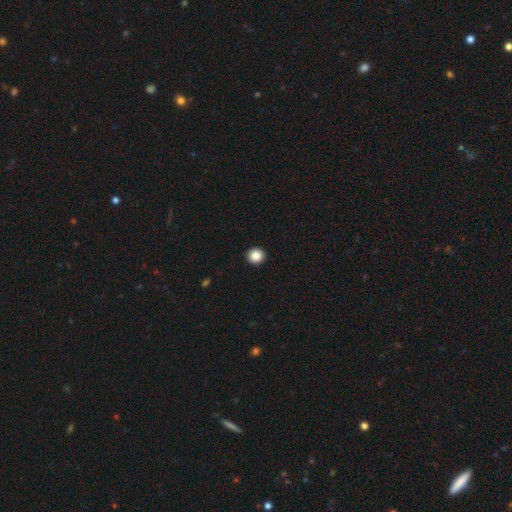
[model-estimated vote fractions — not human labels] A smooth galaxy with no disk features (87%) that is round (94%).

Vote fractions:
- Smooth or featured? smooth: 87% / star or artifact: 10% / featured or disk: 3%
- How rounded? round: 94% / in between: 5% / cigar-shaped: 1%
- Merging? none: 94% / minor disturbance: 4% / major disturbance: 1% / merger: 1%